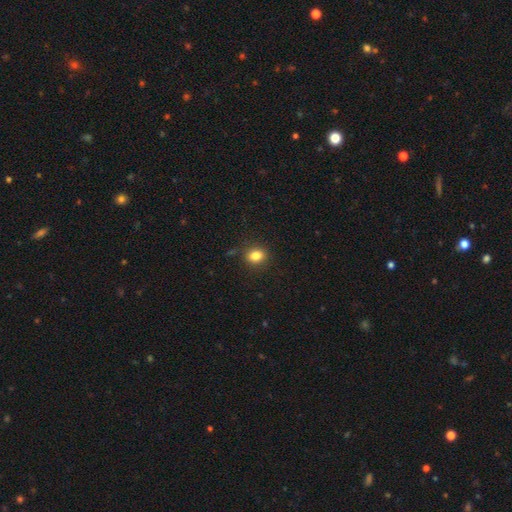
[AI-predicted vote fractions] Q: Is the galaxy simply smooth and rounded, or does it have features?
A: smooth — 83%.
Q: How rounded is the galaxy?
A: round — 53%.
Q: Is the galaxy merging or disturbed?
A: none — 87%.